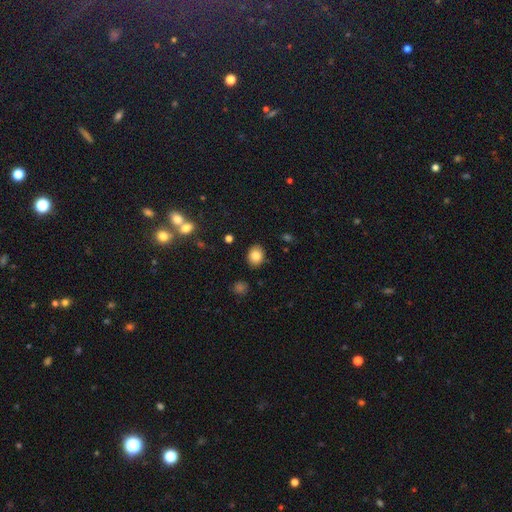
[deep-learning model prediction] Q: Smooth or featured?
A: smooth (83%); runner-up: star or artifact (10%)
Q: How rounded?
A: round (58%); runner-up: in between (41%)
Q: Merging?
A: none (89%); runner-up: minor disturbance (8%)